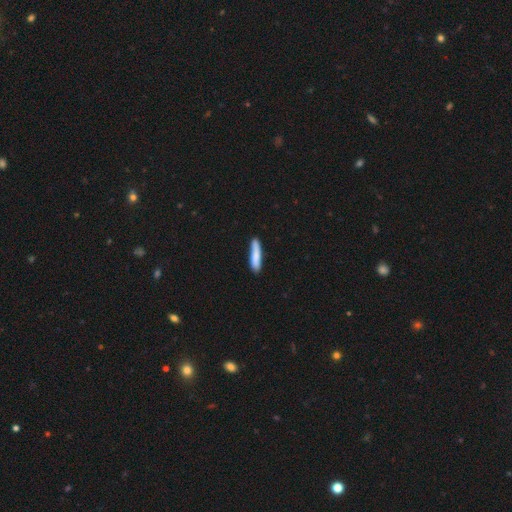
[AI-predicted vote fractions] The model was most divided on "merging": none: 80%, minor disturbance: 15%, major disturbance: 3%, merger: 2%. More confident: how rounded — cigar-shaped (88%); smooth or featured — smooth (82%).